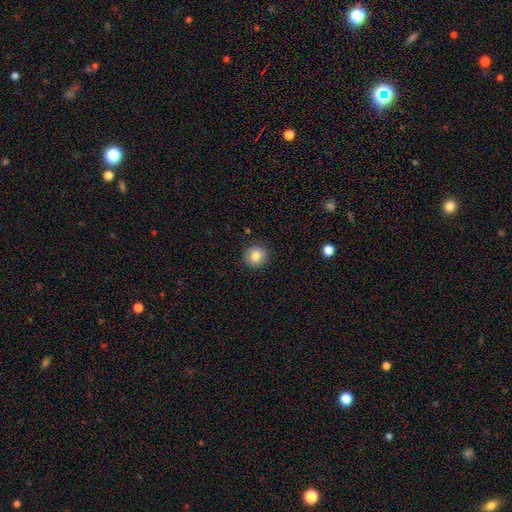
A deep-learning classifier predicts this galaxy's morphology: smooth_or_featured: smooth (p=0.83) [alt: star or artifact p=0.09]
how_rounded: round (p=0.92) [alt: in between p=0.07]
merging: none (p=0.91) [alt: minor disturbance p=0.06]